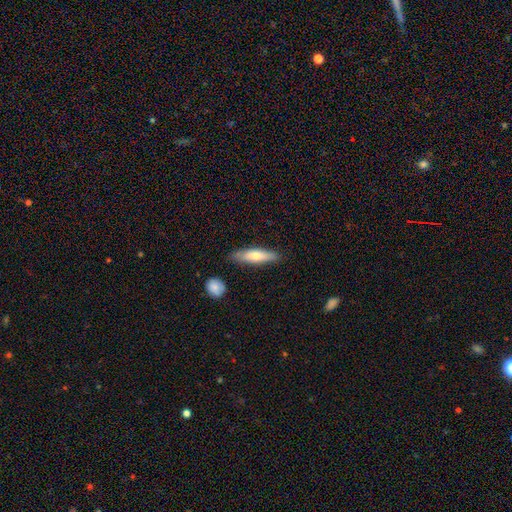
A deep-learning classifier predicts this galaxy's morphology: type=smooth (64%); roundness=cigar-shaped (68%); merging=none (81%).